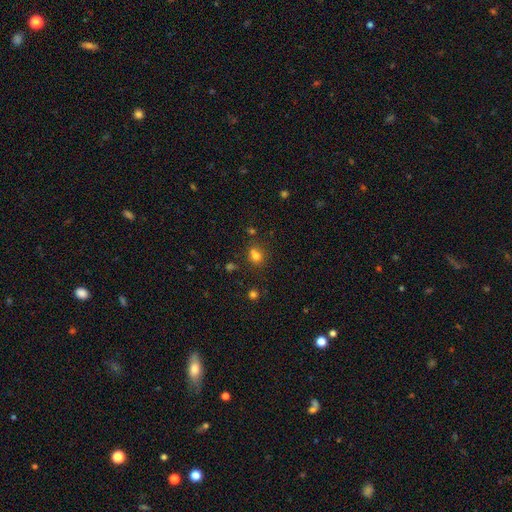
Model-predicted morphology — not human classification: Smooth or featured?
  - smooth: 72% *
  - star or artifact: 18%
  - featured or disk: 9%
How rounded?
  - round: 75% *
  - in between: 24%
  - cigar-shaped: 1%
Merging?
  - none: 58% *
  - merger: 26%
  - minor disturbance: 12%
  - major disturbance: 4%